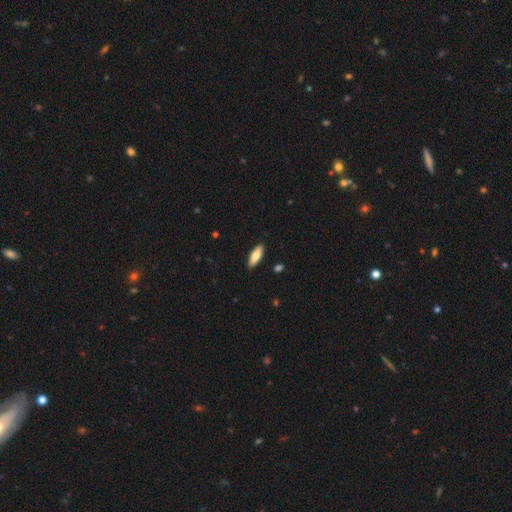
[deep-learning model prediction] A smooth galaxy with no disk features (78%) that is in between round and cigar-shaped (56%). Merging: none (89%).